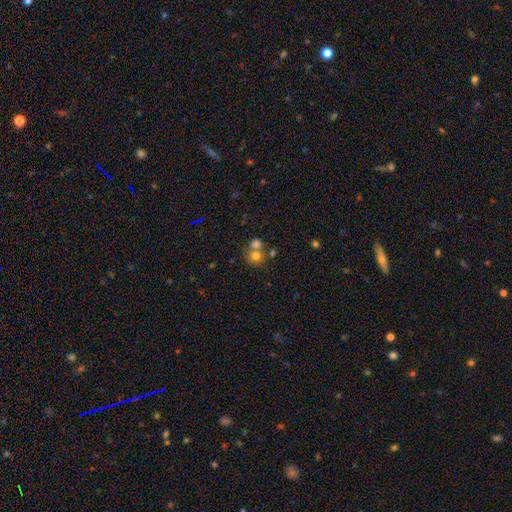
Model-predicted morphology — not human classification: A smooth galaxy with no disk features (71%) that is round (82%).

Vote fractions:
- Smooth or featured? smooth: 71% / featured or disk: 15% / star or artifact: 13%
- How rounded? round: 82% / in between: 17% / cigar-shaped: 1%
- Merging? merger: 45% / none: 44% / minor disturbance: 8% / major disturbance: 4%